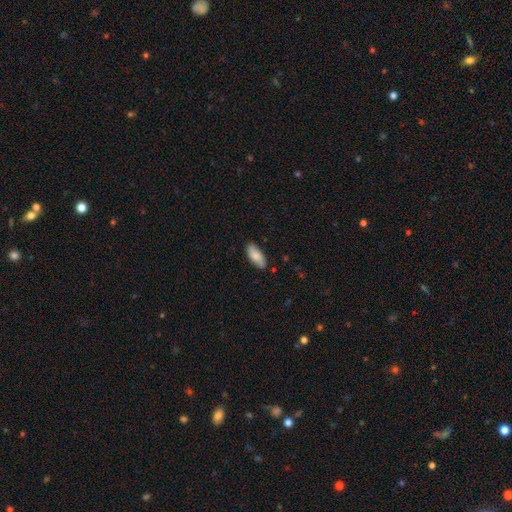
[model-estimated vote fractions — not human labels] This appears to be a smooth galaxy with no disk features (81%) that is in between round and cigar-shaped (84%). Merging: none (84%).